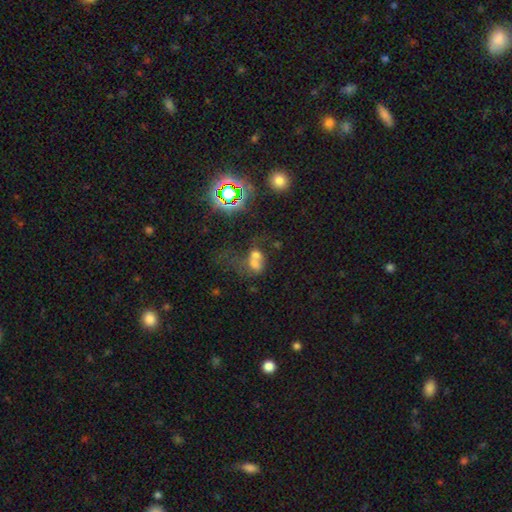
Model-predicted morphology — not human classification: Overall: smooth (52%; featured or disk 24%). How rounded: in between (55%; round 43%). Merging: merger (65%).